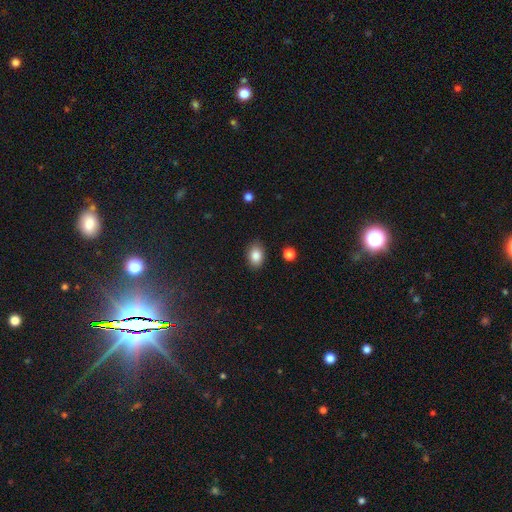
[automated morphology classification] smooth_or_featured: smooth (p=0.85) [alt: star or artifact p=0.09]
how_rounded: in between (p=0.80) [alt: round p=0.19]
merging: none (p=0.86) [alt: minor disturbance p=0.10]